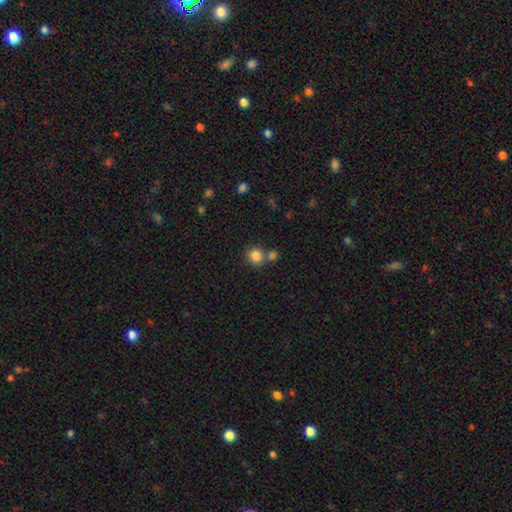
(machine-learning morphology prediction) type=smooth (84%); roundness=round (88%); merging=none (64%).